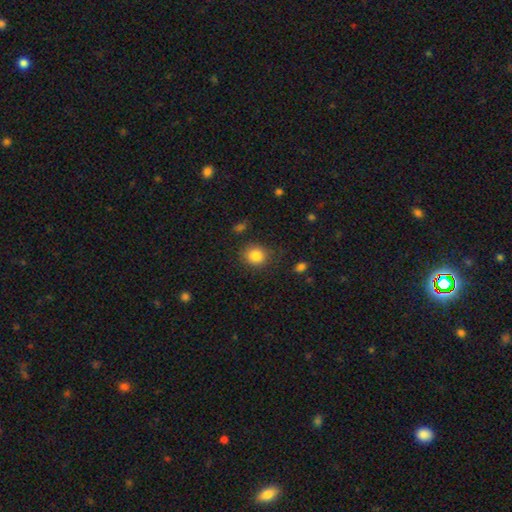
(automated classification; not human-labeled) Morphology: type=smooth (84%); roundness=round (82%); merging=none (82%).